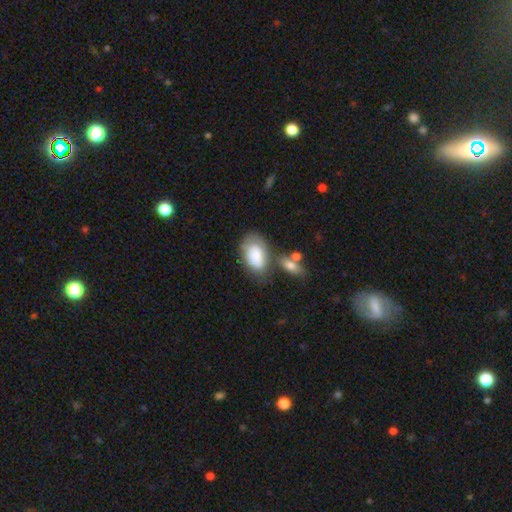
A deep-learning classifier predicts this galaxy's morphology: Q: Smooth or featured?
A: smooth (74%); runner-up: featured or disk (19%)
Q: How rounded?
A: in between (91%); runner-up: round (7%)
Q: Merging?
A: none (48%); runner-up: minor disturbance (22%)